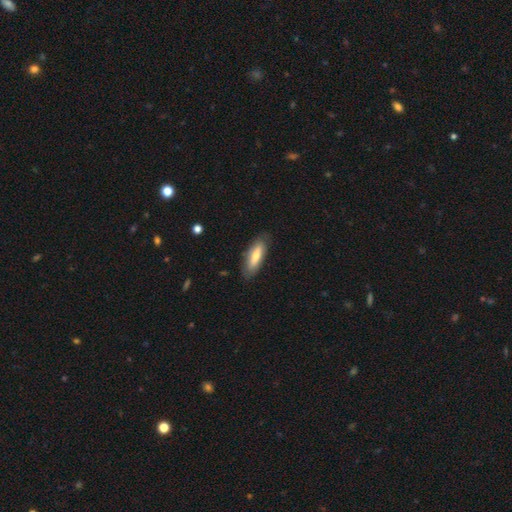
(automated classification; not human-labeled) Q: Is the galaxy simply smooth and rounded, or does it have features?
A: smooth — 68%.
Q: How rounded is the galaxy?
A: in between — 56%.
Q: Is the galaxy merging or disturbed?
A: none — 83%.